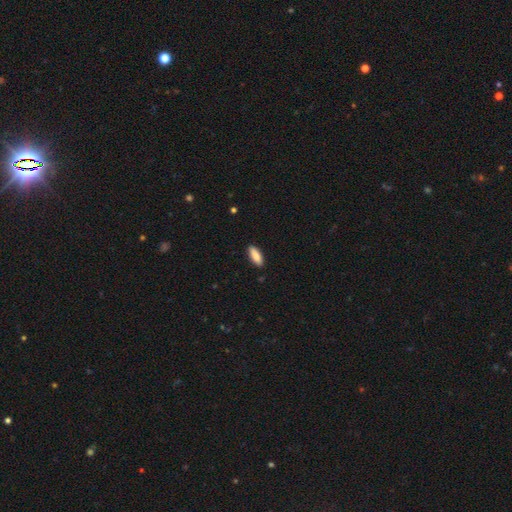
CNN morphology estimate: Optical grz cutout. It shows a smooth galaxy with no disk features (88%) that is in between round and cigar-shaped (68%). Merging: none (89%).